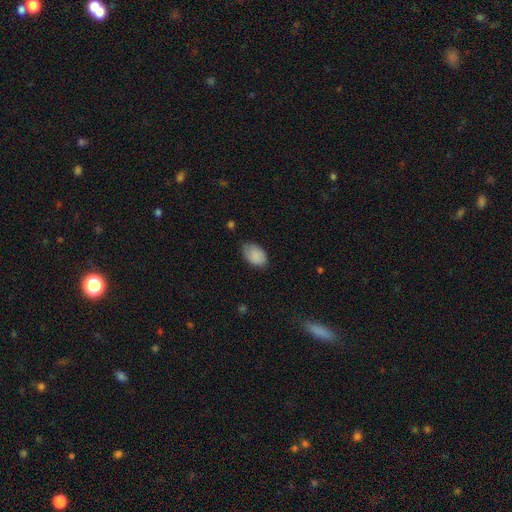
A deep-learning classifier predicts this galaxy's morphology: smooth 87%, star or artifact 7%, featured or disk 6%. Down the decision tree: how rounded — in between (89%); merging — none (67%).